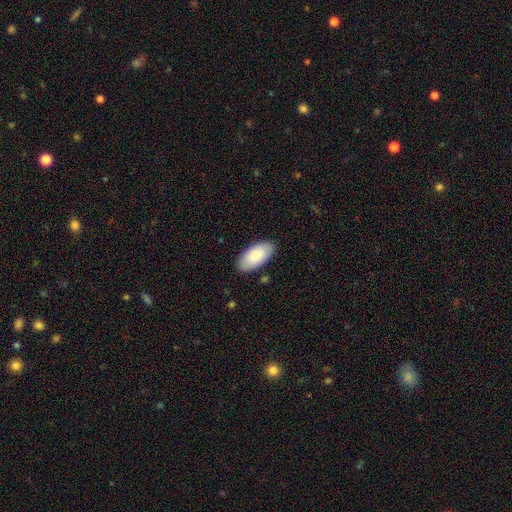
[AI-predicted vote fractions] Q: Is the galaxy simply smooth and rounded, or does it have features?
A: smooth — 87%.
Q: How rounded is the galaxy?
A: in between — 95%.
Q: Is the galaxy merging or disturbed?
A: none — 87%.